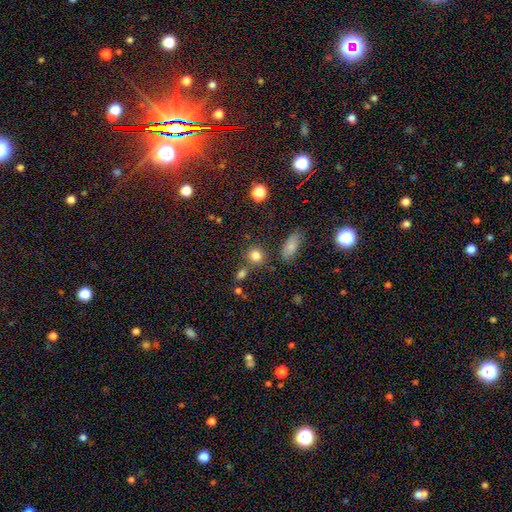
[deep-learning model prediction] smooth-or-featured: smooth: 81% | star or artifact: 13% | featured or disk: 6%
  how-rounded: round: 80% | in between: 19% | cigar-shaped: 2%
  merging: none: 72% | merger: 13% | minor disturbance: 11% | major disturbance: 4%